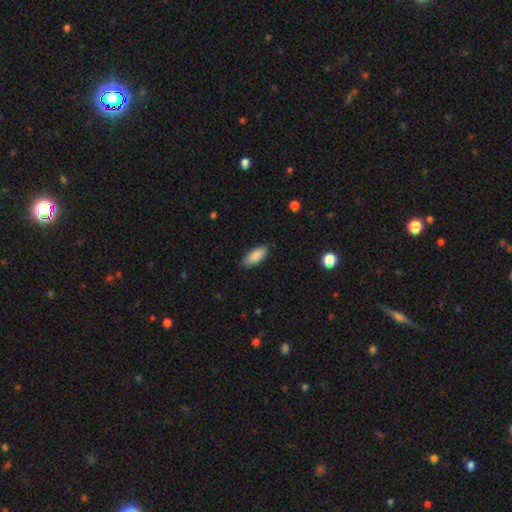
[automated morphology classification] The model was most divided on "how rounded": in between: 83%, cigar-shaped: 15%, round: 2%. More confident: smooth or featured — smooth (87%); merging — none (84%).